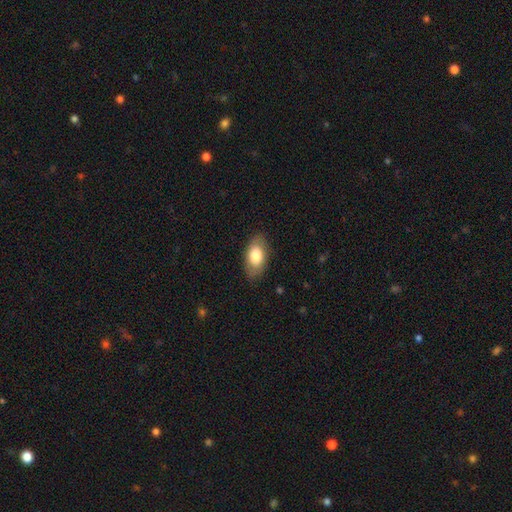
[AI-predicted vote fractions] smooth 76%, featured or disk 18%, star or artifact 6%. Down the decision tree: how rounded — in between (92%); merging — none (82%).